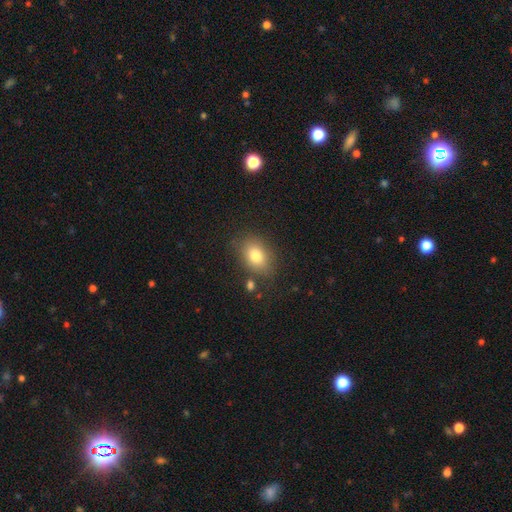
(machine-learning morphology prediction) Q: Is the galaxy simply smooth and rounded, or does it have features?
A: smooth — 80%.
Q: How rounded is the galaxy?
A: in between — 75%.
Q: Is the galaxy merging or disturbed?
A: none — 78%.